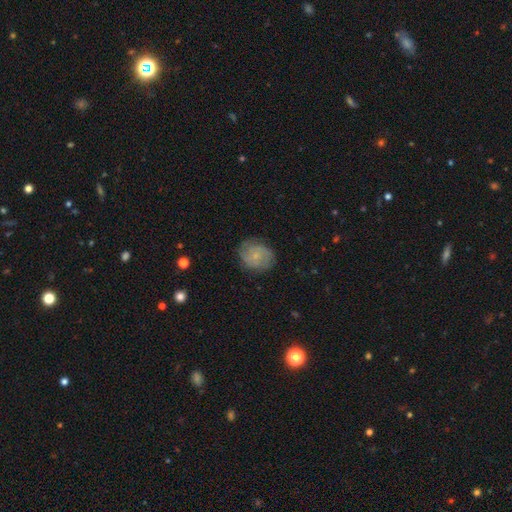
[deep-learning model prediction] Smooth or featured? featured or disk (50%)
Edge-on disk? no (97%)
Merging? none (75%)